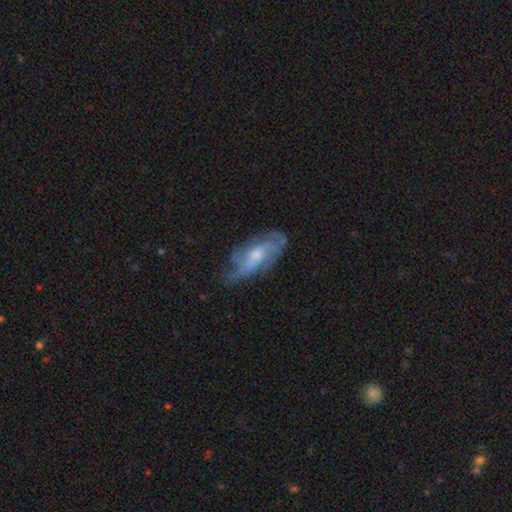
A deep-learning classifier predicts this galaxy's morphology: A featured or disk galaxy (75%) with no bar (57%), 2 (30%) medium (43%) spiral arms (89%) and a moderate central bulge (53%). Merging: none (59%).